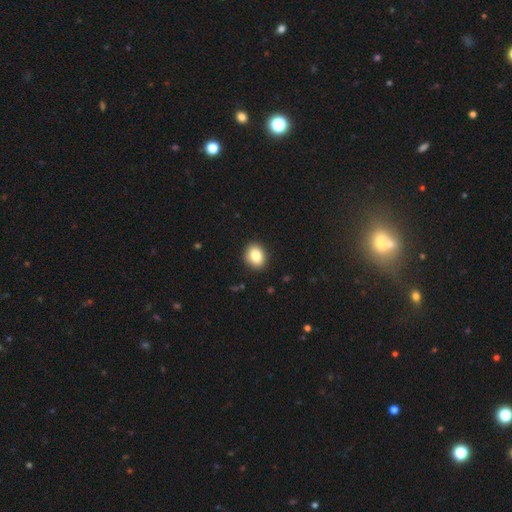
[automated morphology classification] Smooth or featured?
  - smooth: 86% *
  - star or artifact: 9%
  - featured or disk: 6%
How rounded?
  - in between: 54% *
  - round: 45%
  - cigar-shaped: 1%
Merging?
  - none: 89% *
  - minor disturbance: 8%
  - major disturbance: 2%
  - merger: 1%